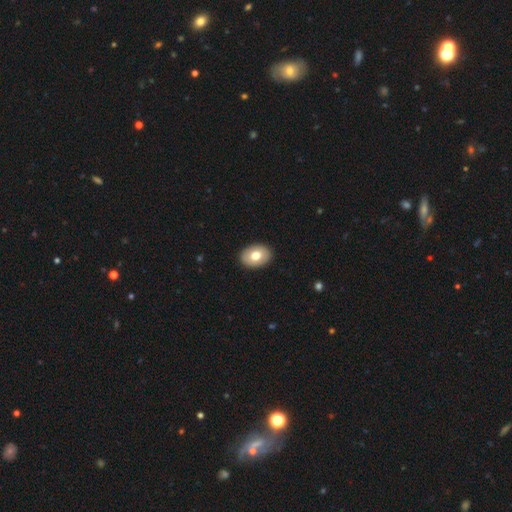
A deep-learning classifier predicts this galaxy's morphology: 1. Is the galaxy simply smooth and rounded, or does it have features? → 74% smooth, 19% featured or disk, 7% star or artifact.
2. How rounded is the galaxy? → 76% in between, 23% round, 1% cigar-shaped.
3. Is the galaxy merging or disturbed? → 91% none, 6% minor disturbance, 2% major disturbance, 1% merger.